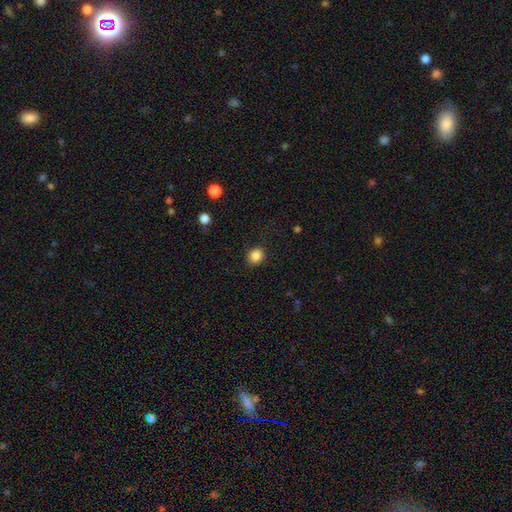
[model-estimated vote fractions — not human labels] Overall: smooth (86%). How rounded: round (82%). Merging: none (88%).